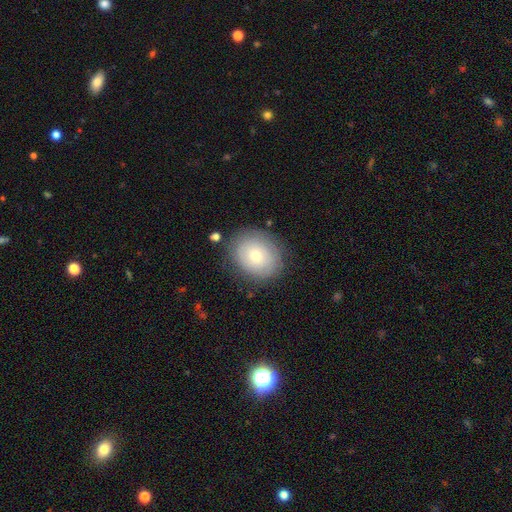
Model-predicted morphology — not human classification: A smooth galaxy with no disk features (64%) that is round (61%).

Vote fractions:
- Smooth or featured? smooth: 64% / featured or disk: 27% / star or artifact: 9%
- How rounded? round: 61% / in between: 38% / cigar-shaped: 1%
- Merging? none: 82% / minor disturbance: 13% / major disturbance: 4% / merger: 2%